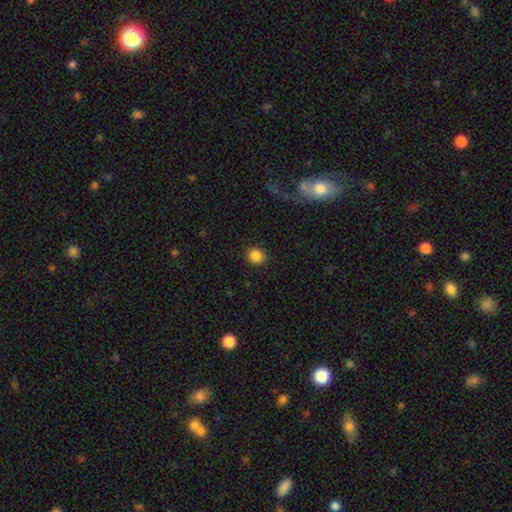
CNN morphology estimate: Smooth or featured? Predicted: smooth (p=0.85). How rounded? Predicted: round (p=0.87). Merging? Predicted: none (p=0.86).